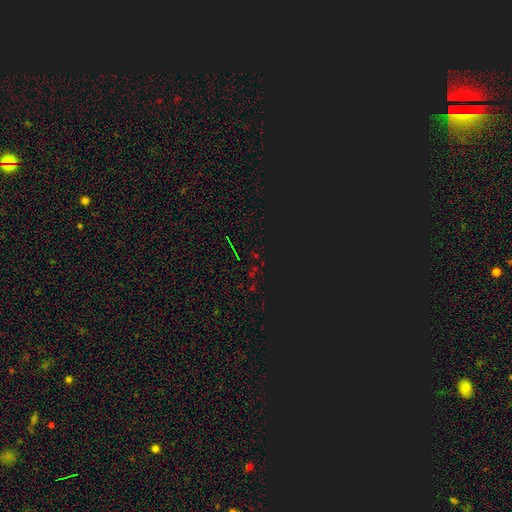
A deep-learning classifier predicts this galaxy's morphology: star or artifact 78%, smooth 13%, featured or disk 8%.